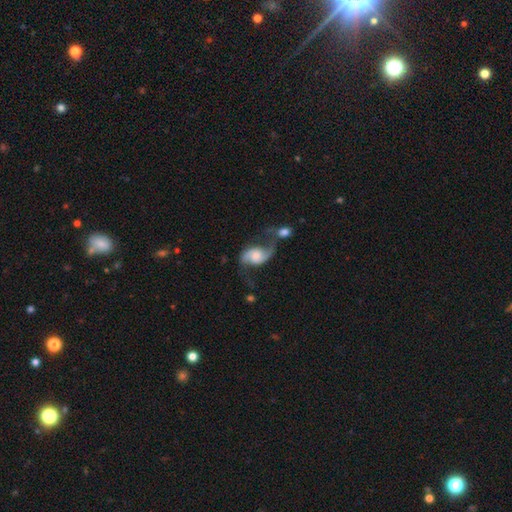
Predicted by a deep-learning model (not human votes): Smooth or featured?
  - featured or disk: 80% *
  - smooth: 14%
  - star or artifact: 6%
Edge-on disk?
  - no: 97% *
  - yes: 3%
Bar?
  - no: 60% *
  - weak: 32%
  - strong: 7%
Spiral arms?
  - yes: 94% *
  - no: 6%
Spiral winding?
  - loose: 68% *
  - medium: 26%
  - tight: 6%
Spiral arm count?
  - 2: 91% *
  - 1: 4%
  - can't tell: 3%
  - 3: 1%
  - 4: 1%
  - more than 4: 1%
Bulge size?
  - large: 29% *
  - moderate: 27%
  - none: 21%
  - small: 18%
  - dominant: 6%
Merging?
  - none: 38% *
  - merger: 26%
  - minor disturbance: 19%
  - major disturbance: 17%